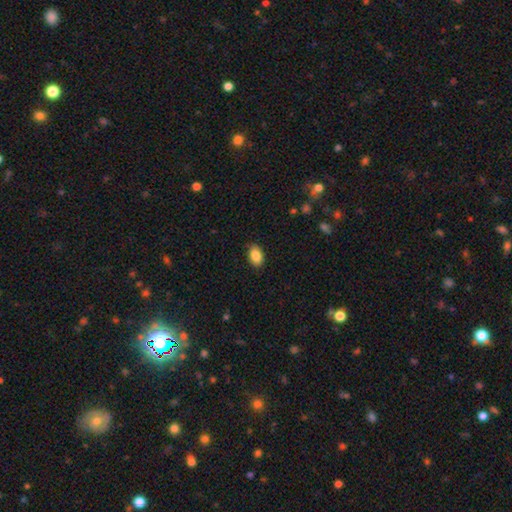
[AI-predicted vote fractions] smooth-or-featured: smooth: 87% | star or artifact: 7% | featured or disk: 6%
  how-rounded: in between: 88% | round: 10% | cigar-shaped: 1%
  merging: none: 86% | minor disturbance: 11% | major disturbance: 2% | merger: 1%